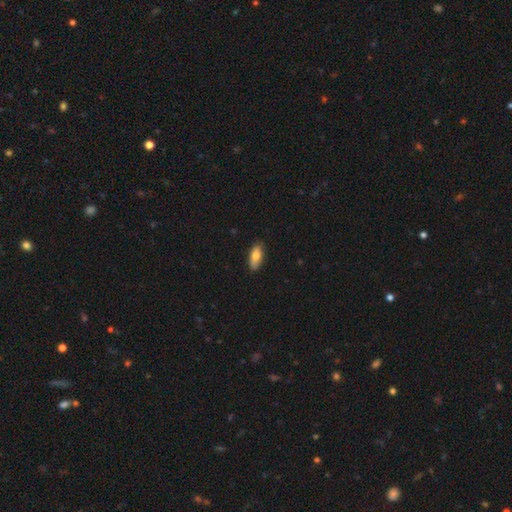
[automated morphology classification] This is likely a smooth galaxy (78%). How rounded: clearly in between (83%). Merging: clearly none (85%).